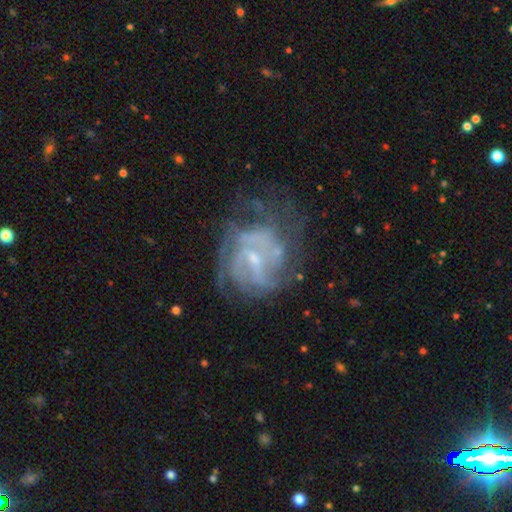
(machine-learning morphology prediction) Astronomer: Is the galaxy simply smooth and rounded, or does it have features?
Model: featured or disk — 79%.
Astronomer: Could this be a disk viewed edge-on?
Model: no — 97%.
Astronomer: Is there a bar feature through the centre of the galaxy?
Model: weak — 53% (runner-up: no, 31%).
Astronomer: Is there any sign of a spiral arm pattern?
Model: yes — 79%.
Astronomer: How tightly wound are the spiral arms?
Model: tight — 50% (runner-up: medium, 36%).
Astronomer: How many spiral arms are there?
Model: can't tell — 47%.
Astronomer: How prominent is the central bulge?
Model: small — 66%.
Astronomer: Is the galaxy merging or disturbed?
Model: none — 50%.